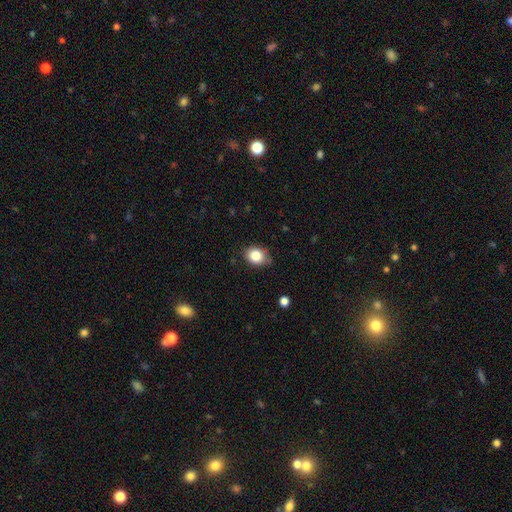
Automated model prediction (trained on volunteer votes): Q: Smooth or featured?
A: smooth (85%); runner-up: star or artifact (9%)
Q: How rounded?
A: round (53%); runner-up: in between (47%)
Q: Merging?
A: none (76%); runner-up: minor disturbance (18%)